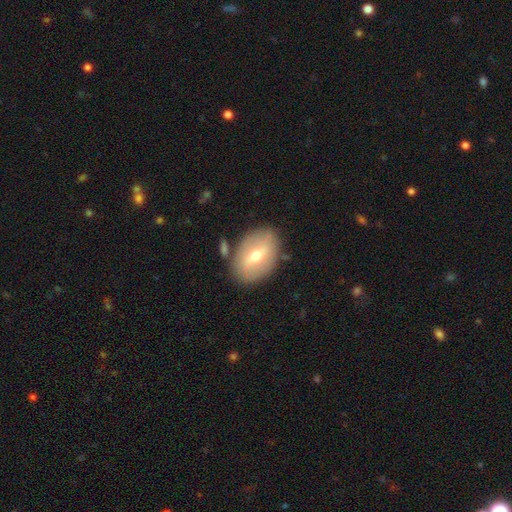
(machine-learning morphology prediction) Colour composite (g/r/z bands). It shows a smooth galaxy with no disk features (50%). Merging: none (80%).